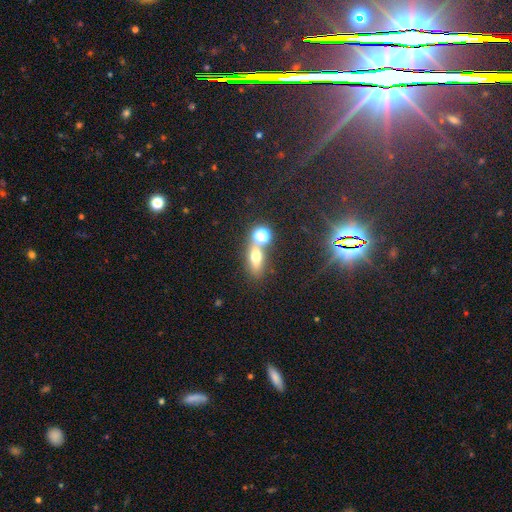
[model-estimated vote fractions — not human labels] Smooth or featured? Predicted: smooth (p=0.58). How rounded? Predicted: in between (p=0.53). Merging? Predicted: none (p=0.58).